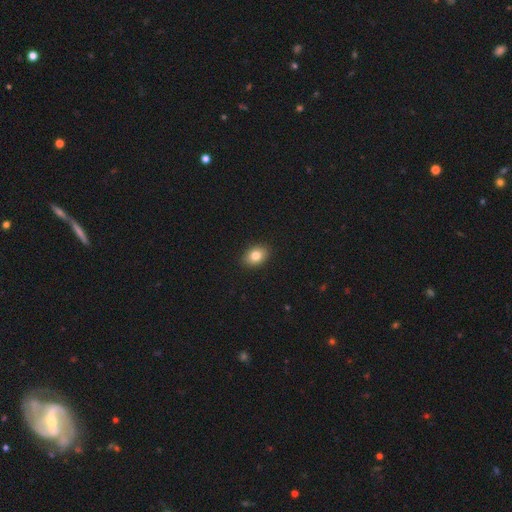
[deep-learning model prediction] This appears to be a smooth galaxy with no disk features (82%) that is in between round and cigar-shaped (75%). Merging: none (91%).